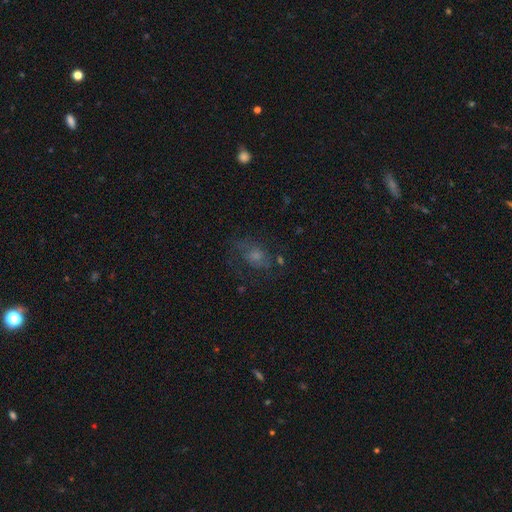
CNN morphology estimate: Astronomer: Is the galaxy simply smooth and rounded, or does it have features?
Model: featured or disk — 39% (runner-up: smooth, 35%).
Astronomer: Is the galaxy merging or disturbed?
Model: none — 58%.